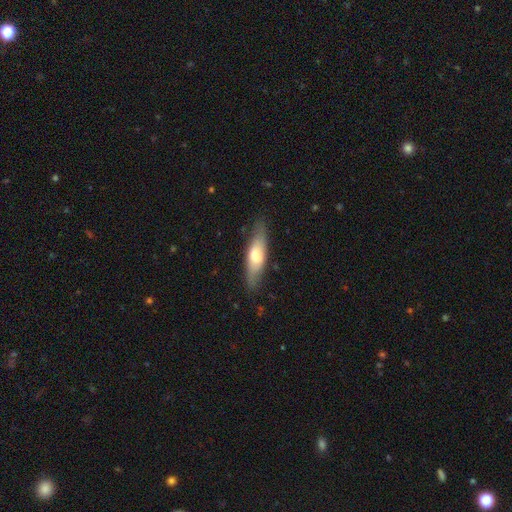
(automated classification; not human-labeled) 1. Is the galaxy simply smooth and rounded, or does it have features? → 60% smooth, 34% featured or disk, 6% star or artifact.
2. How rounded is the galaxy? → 54% cigar-shaped, 44% in between, 2% round.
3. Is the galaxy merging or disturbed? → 79% none, 16% minor disturbance, 4% major disturbance, 1% merger.